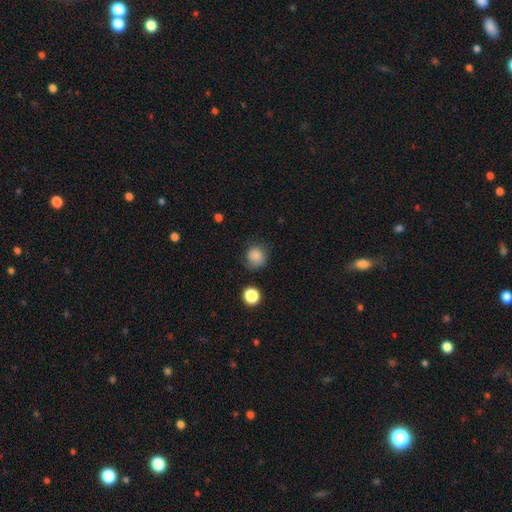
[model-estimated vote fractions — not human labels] Smooth or featured? smooth (82%)
How rounded? round (88%)
Merging? none (70%)